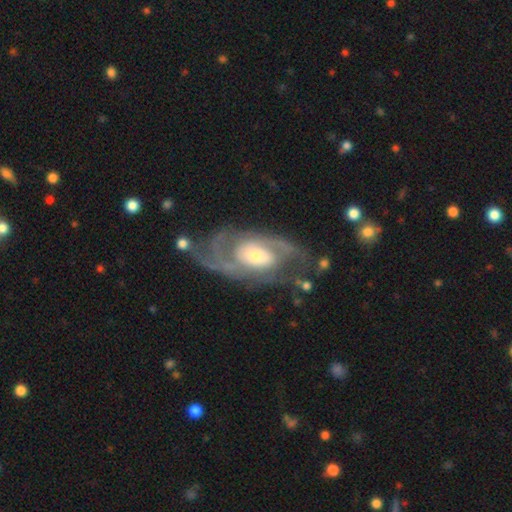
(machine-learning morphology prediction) Smooth or featured? Predicted: featured or disk (p=0.86). Edge-on disk? Predicted: no (p=0.96). Bar? Predicted: no (p=0.62). Spiral arms? Predicted: yes (p=0.92). Spiral winding? Predicted: medium (p=0.44). Spiral arm count? Predicted: 2 (p=0.70). Bulge size? Predicted: moderate (p=0.53). Merging? Predicted: none (p=0.59).